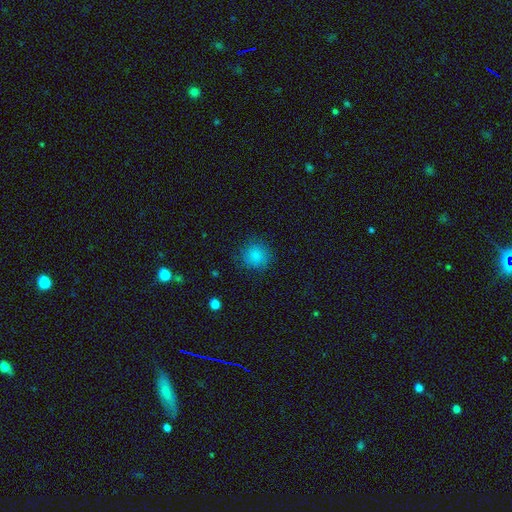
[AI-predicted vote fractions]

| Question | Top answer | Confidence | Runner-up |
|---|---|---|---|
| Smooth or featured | smooth | 85% | star or artifact (10%) |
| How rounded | round | 90% | in between (9%) |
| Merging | none | 84% | minor disturbance (11%) |